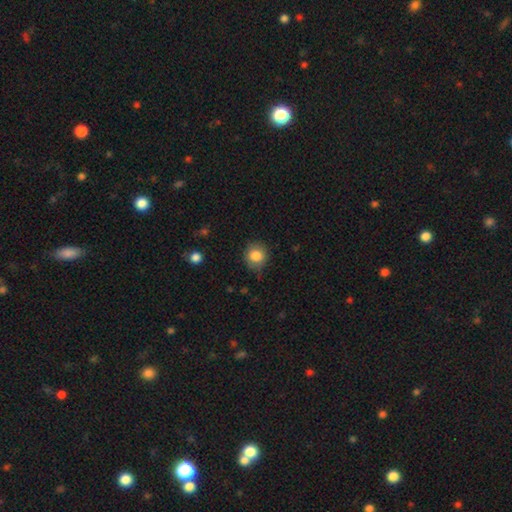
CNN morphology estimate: Q: Smooth or featured?
A: smooth (84%); runner-up: star or artifact (9%)
Q: How rounded?
A: round (86%); runner-up: in between (13%)
Q: Merging?
A: none (80%); runner-up: minor disturbance (15%)